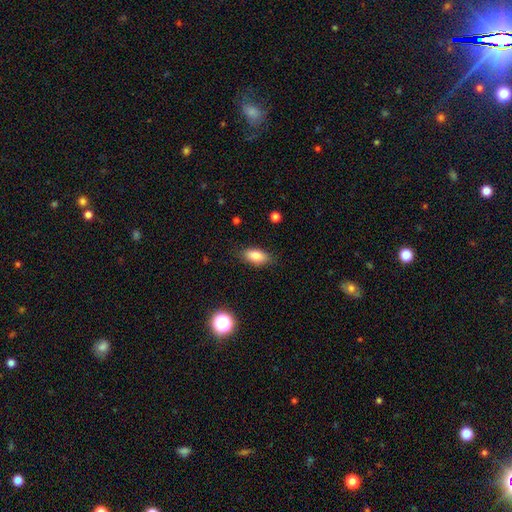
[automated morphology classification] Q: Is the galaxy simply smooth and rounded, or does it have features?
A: smooth — 83%.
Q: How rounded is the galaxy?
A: in between — 87%.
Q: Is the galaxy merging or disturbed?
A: none — 84%.